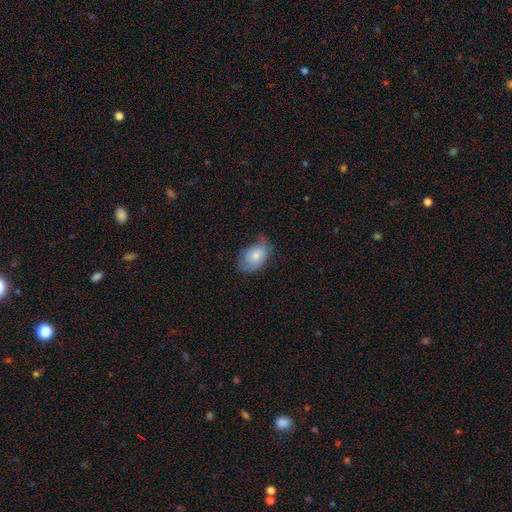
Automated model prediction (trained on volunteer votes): A smooth galaxy with no disk features (74%) that is in between round and cigar-shaped (87%). Merging: none (52%).